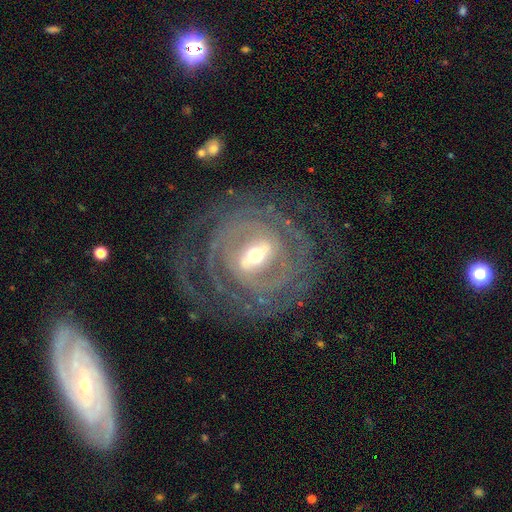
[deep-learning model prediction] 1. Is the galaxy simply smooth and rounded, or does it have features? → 91% featured or disk, 5% star or artifact, 4% smooth.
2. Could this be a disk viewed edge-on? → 96% no, 4% yes.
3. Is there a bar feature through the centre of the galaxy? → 59% strong, 32% weak, 9% no.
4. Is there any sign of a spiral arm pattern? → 96% yes, 4% no.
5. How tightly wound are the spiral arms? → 72% tight, 22% medium, 6% loose.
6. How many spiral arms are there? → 26% can't tell, 23% 2, 16% 3, 16% 4, 11% more than 4, 7% 1.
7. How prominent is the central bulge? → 55% moderate, 35% small, 8% large, 1% dominant, 1% none.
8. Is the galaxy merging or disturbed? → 74% none, 13% minor disturbance, 11% major disturbance, 1% merger.